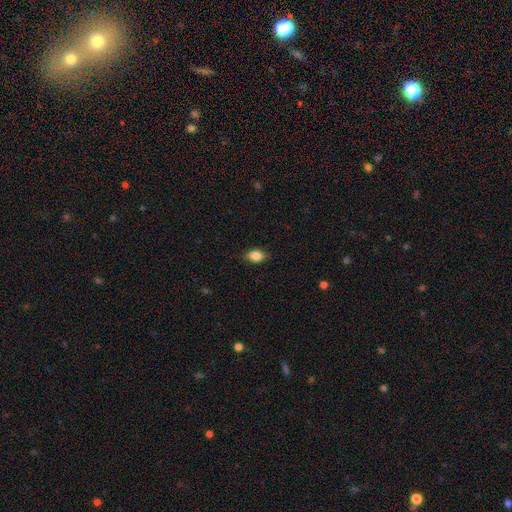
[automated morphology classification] This appears to be a smooth galaxy with no disk features (83%) that is in between round and cigar-shaped (77%). Merging: none (80%).